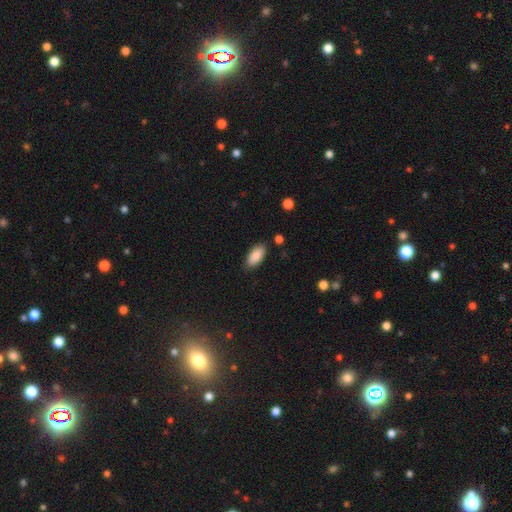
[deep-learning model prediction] smooth_or_featured: smooth (p=0.88) [alt: star or artifact p=0.07]
how_rounded: in between (p=0.90) [alt: cigar-shaped p=0.08]
merging: none (p=0.84) [alt: minor disturbance p=0.11]